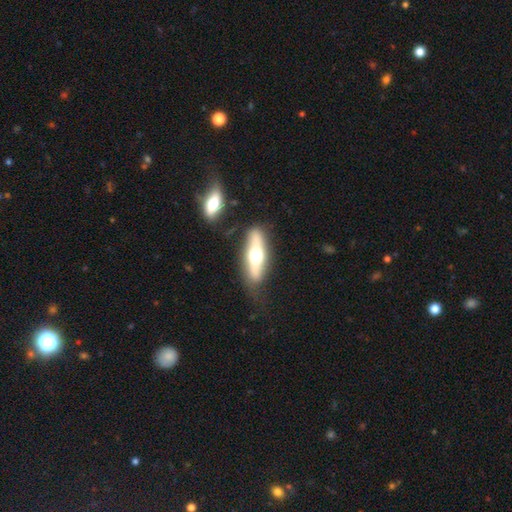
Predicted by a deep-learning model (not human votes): Smooth or featured?
  - featured or disk: 50% *
  - smooth: 44%
  - star or artifact: 6%
Merging?
  - none: 73% *
  - minor disturbance: 16%
  - merger: 6%
  - major disturbance: 5%